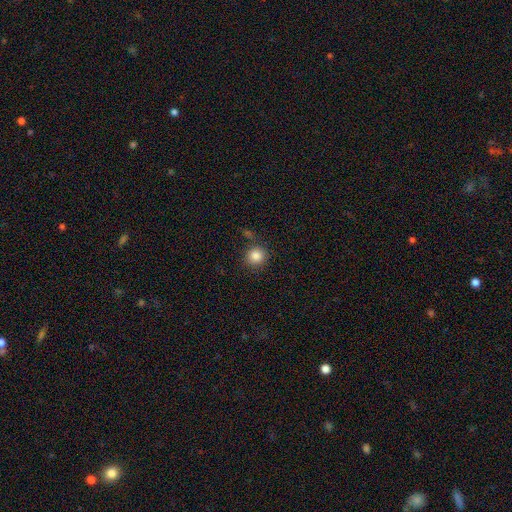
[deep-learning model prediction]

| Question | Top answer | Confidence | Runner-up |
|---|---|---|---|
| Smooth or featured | smooth | 85% | star or artifact (10%) |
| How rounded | round | 91% | in between (8%) |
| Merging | none | 82% | minor disturbance (9%) |